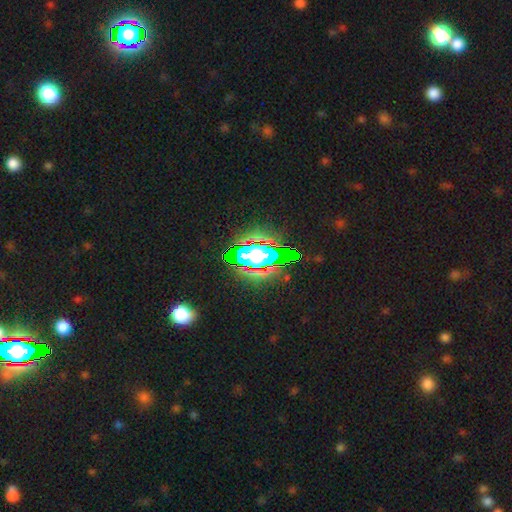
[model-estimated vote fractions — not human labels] The model was most divided on "smooth or featured": star or artifact: 57%, smooth: 24%, featured or disk: 19%.